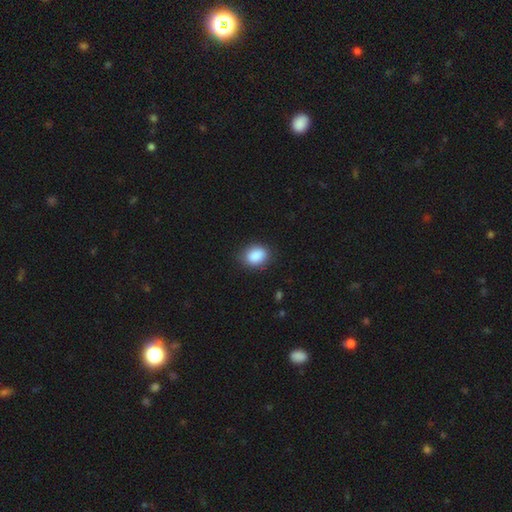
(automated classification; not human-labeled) Smooth or featured? Predicted: smooth (p=0.88). How rounded? Predicted: in between (p=0.64). Merging? Predicted: none (p=0.84).